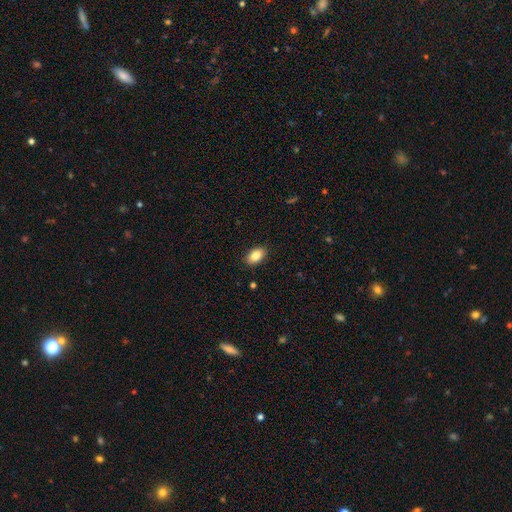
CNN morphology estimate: Smooth or featured? smooth (85%)
How rounded? in between (92%)
Merging? none (89%)